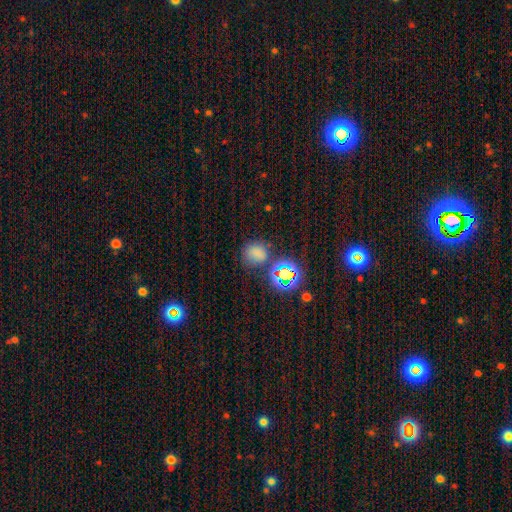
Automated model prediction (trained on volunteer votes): A smooth galaxy with no disk features (62%) that is round (69%). Merging: none (70%).